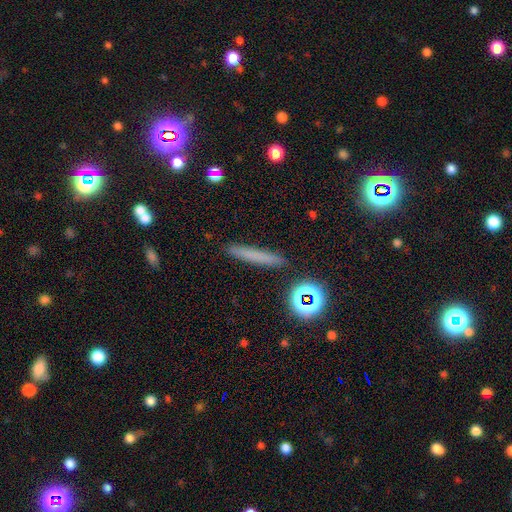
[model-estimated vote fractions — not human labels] smooth-or-featured: smooth: 68% | featured or disk: 19% | star or artifact: 13%
  how-rounded: cigar-shaped: 94% | in between: 4% | round: 2%
  merging: none: 90% | minor disturbance: 7% | major disturbance: 2% | merger: 2%